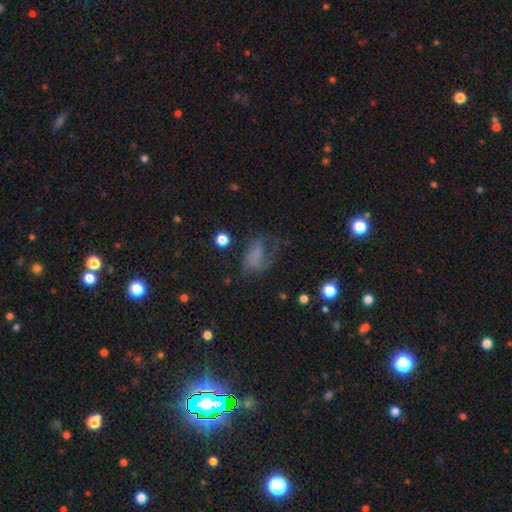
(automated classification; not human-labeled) A smooth galaxy with no disk features (50%) that is in between round and cigar-shaped (76%).

Vote fractions:
- Smooth or featured? smooth: 50% / featured or disk: 33% / star or artifact: 17%
- How rounded? in between: 76% / round: 21% / cigar-shaped: 3%
- Merging? major disturbance: 41% / none: 33% / minor disturbance: 23% / merger: 3%